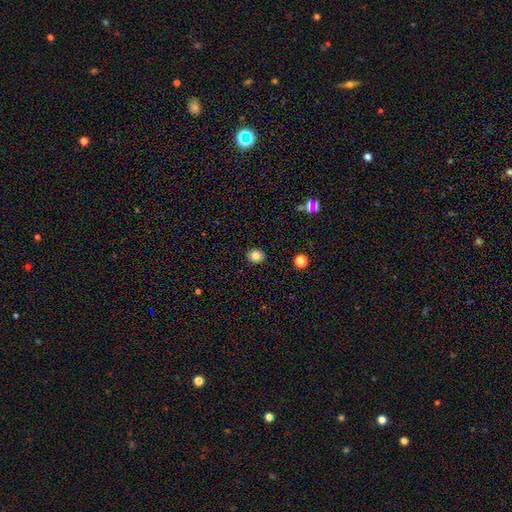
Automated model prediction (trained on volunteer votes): smooth_or_featured: smooth (p=0.80) [alt: star or artifact p=0.11]
how_rounded: round (p=0.74) [alt: in between p=0.25]
merging: none (p=0.91) [alt: minor disturbance p=0.07]